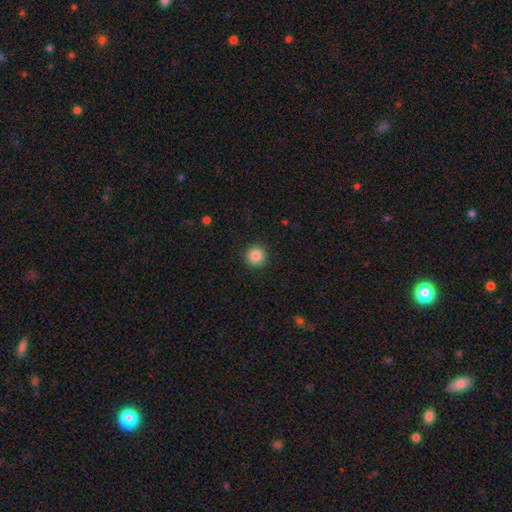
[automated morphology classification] Smooth or featured?
  - smooth: 86% *
  - star or artifact: 10%
  - featured or disk: 4%
How rounded?
  - round: 96% *
  - in between: 4%
  - cigar-shaped: 1%
Merging?
  - none: 92% *
  - minor disturbance: 5%
  - major disturbance: 2%
  - merger: 1%